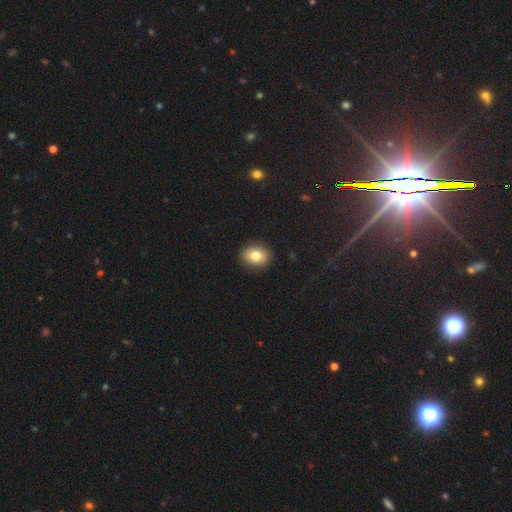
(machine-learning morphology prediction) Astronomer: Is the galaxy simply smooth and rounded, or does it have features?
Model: smooth — 81%.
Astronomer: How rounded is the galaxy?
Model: in between — 54% (runner-up: round, 45%).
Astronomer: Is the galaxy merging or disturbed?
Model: none — 89%.